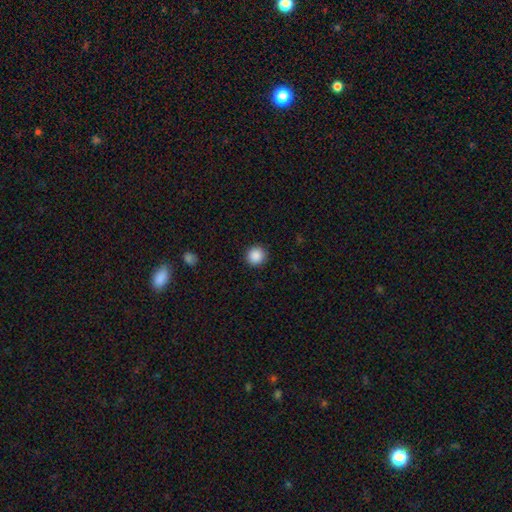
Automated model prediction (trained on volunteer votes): Smooth or featured? Predicted: smooth (p=0.88). How rounded? Predicted: round (p=0.95). Merging? Predicted: none (p=0.92).